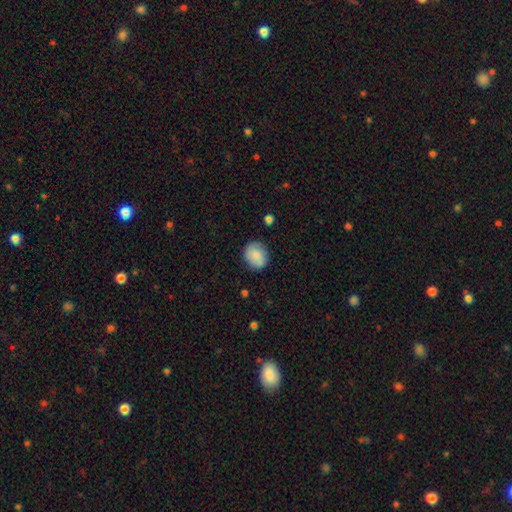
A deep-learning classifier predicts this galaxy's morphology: A smooth galaxy with no disk features (79%) that is round (72%).

Vote fractions:
- Smooth or featured? smooth: 79% / featured or disk: 14% / star or artifact: 7%
- How rounded? round: 72% / in between: 27% / cigar-shaped: 1%
- Merging? none: 75% / minor disturbance: 18% / major disturbance: 4% / merger: 3%